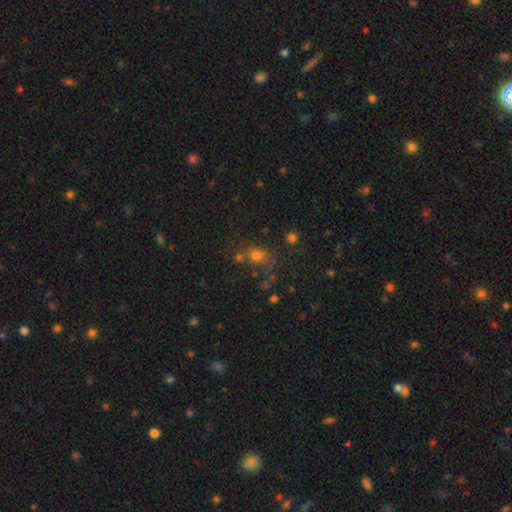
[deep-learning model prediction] A smooth galaxy with no disk features (65%) that is round (58%).

Vote fractions:
- Smooth or featured? smooth: 65% / star or artifact: 23% / featured or disk: 13%
- How rounded? round: 58% / in between: 40% / cigar-shaped: 2%
- Merging? none: 49% / merger: 21% / minor disturbance: 17% / major disturbance: 13%